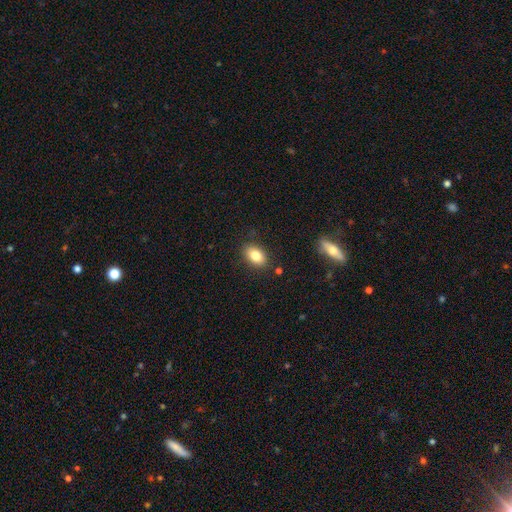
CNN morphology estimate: smooth-or-featured: smooth: 83% | featured or disk: 9% | star or artifact: 8%
  how-rounded: in between: 88% | round: 10% | cigar-shaped: 2%
  merging: none: 85% | minor disturbance: 10% | major disturbance: 3% | merger: 2%